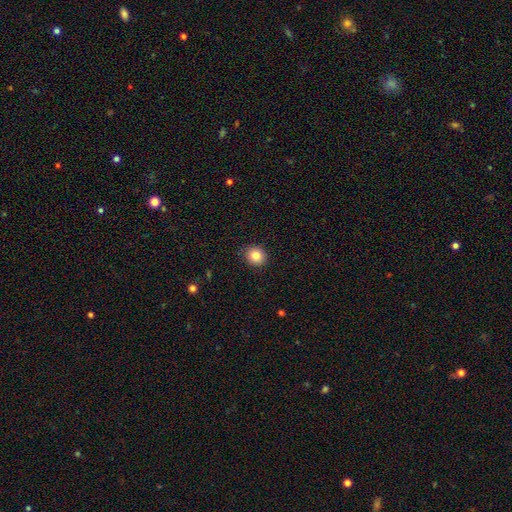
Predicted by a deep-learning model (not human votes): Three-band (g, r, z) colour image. It shows a smooth galaxy with no disk features (83%) that is round (83%). Merging: none (91%).